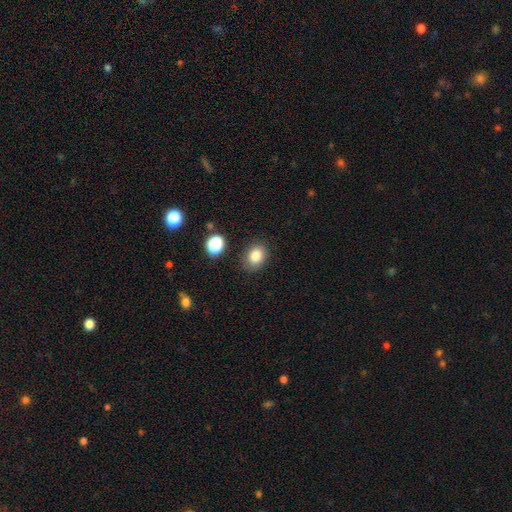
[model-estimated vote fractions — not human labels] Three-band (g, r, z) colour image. It shows a smooth galaxy with no disk features (83%) that is in between round and cigar-shaped (61%). Merging: none (83%).